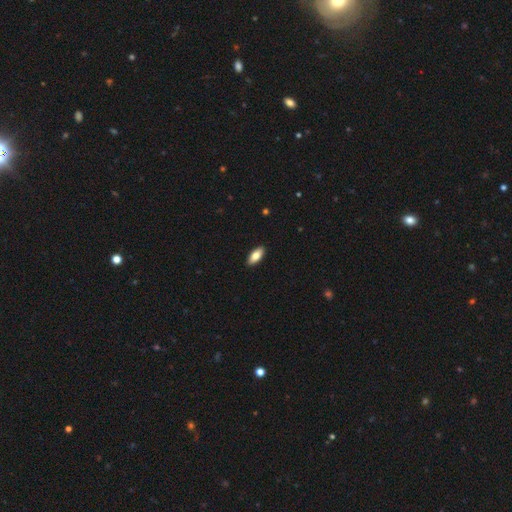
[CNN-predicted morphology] Smooth or featured: smooth — 80% (featured or disk — 14%)
How rounded: in between — 84% (cigar-shaped — 14%)
Merging: none — 91% (minor disturbance — 7%)